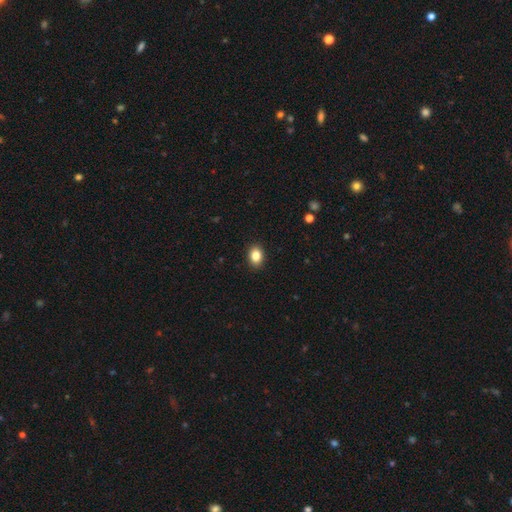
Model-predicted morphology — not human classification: A smooth galaxy with no disk features (85%) that is in between round and cigar-shaped (69%).

Vote fractions:
- Smooth or featured? smooth: 85% / star or artifact: 9% / featured or disk: 6%
- How rounded? in between: 69% / round: 30% / cigar-shaped: 1%
- Merging? none: 90% / minor disturbance: 7% / major disturbance: 2% / merger: 1%